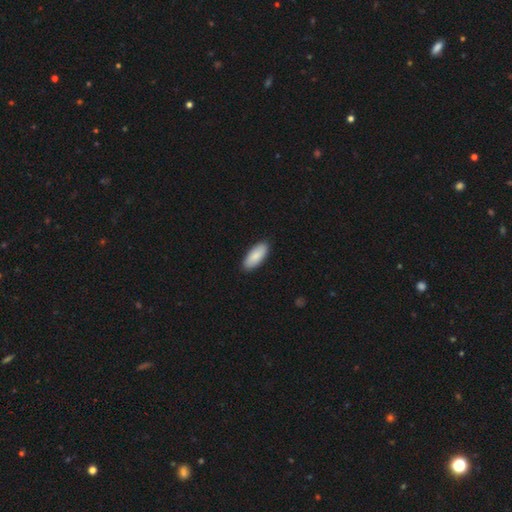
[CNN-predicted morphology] smooth 88%, featured or disk 7%, star or artifact 5%. Down the decision tree: how rounded — in between (85%); merging — none (90%).